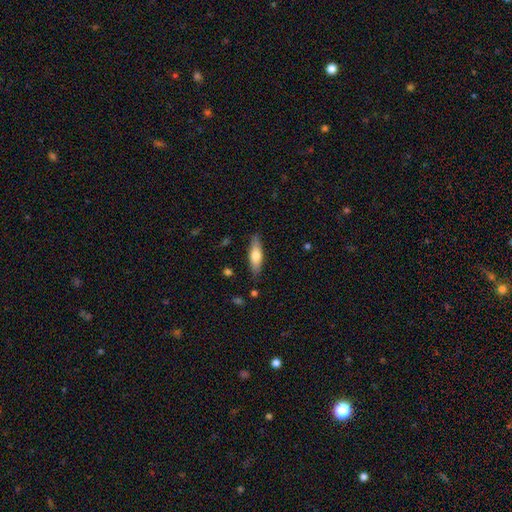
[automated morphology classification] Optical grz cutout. It shows a smooth galaxy with no disk features (68%) that is in between round and cigar-shaped (50%). Merging: none (84%).